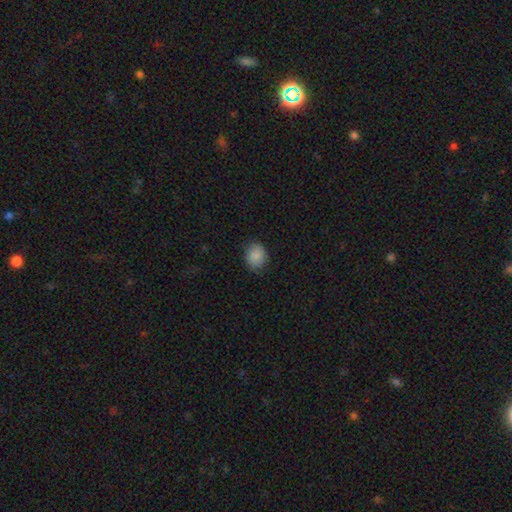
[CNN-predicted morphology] A smooth galaxy with no disk features (86%) that is round (55%).

Vote fractions:
- Smooth or featured? smooth: 86% / star or artifact: 8% / featured or disk: 6%
- How rounded? round: 55% / in between: 44% / cigar-shaped: 1%
- Merging? none: 80% / minor disturbance: 16% / major disturbance: 3% / merger: 1%